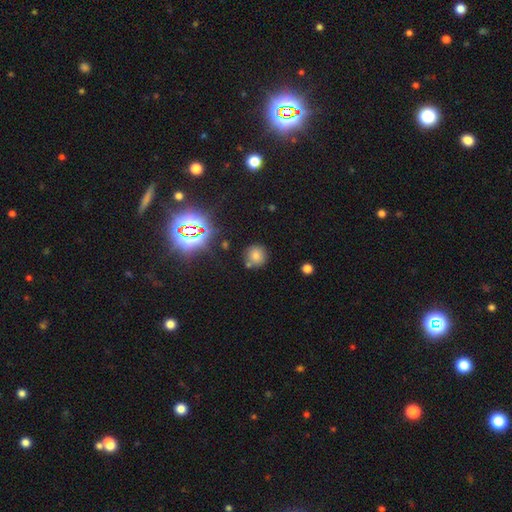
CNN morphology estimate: Smooth or featured: smooth — 60% (star or artifact — 30%)
How rounded: round — 90% (in between — 8%)
Merging: none — 80% (minor disturbance — 10%)